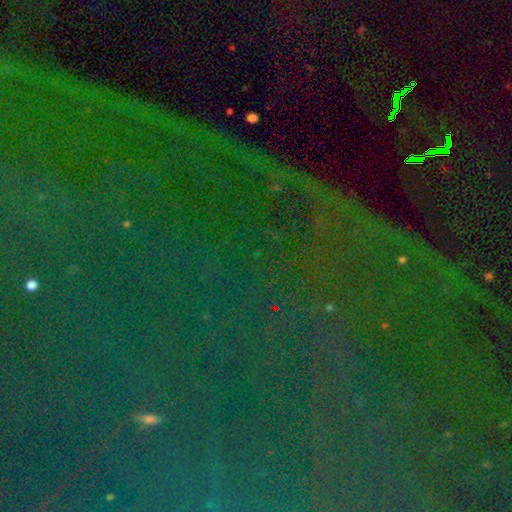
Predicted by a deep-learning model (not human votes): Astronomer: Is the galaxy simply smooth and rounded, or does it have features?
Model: star or artifact — 85%.